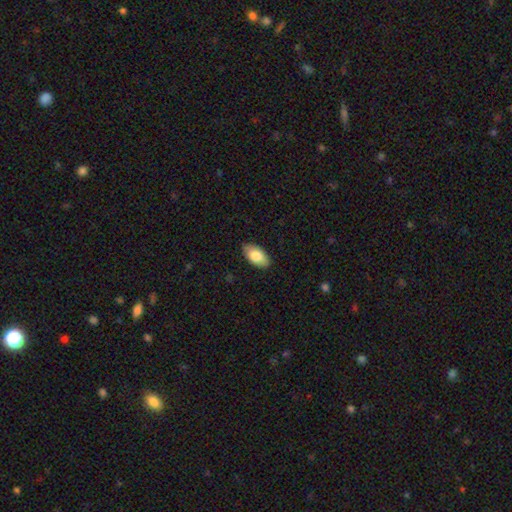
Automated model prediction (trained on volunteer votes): smooth 81%, featured or disk 13%, star or artifact 6%. Down the decision tree: how rounded — in between (95%); merging — none (88%).